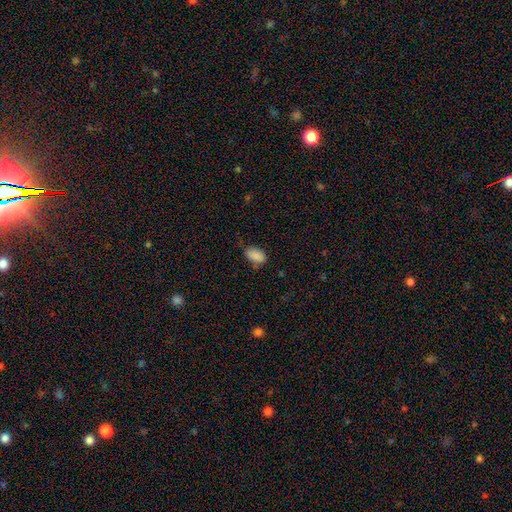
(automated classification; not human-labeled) A smooth galaxy with no disk features (88%) that is in between round and cigar-shaped (93%).

Vote fractions:
- Smooth or featured? smooth: 88% / star or artifact: 8% / featured or disk: 4%
- How rounded? in between: 93% / round: 6% / cigar-shaped: 2%
- Merging? none: 69% / minor disturbance: 24% / major disturbance: 5% / merger: 2%